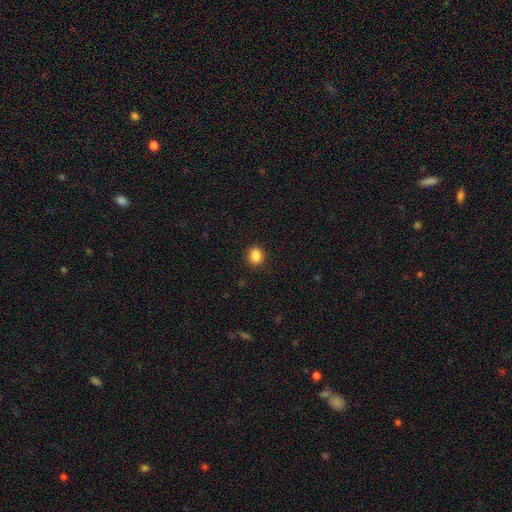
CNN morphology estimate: Smooth or featured: smooth — 86% (star or artifact — 10%)
How rounded: round — 70% (in between — 29%)
Merging: none — 88% (minor disturbance — 8%)